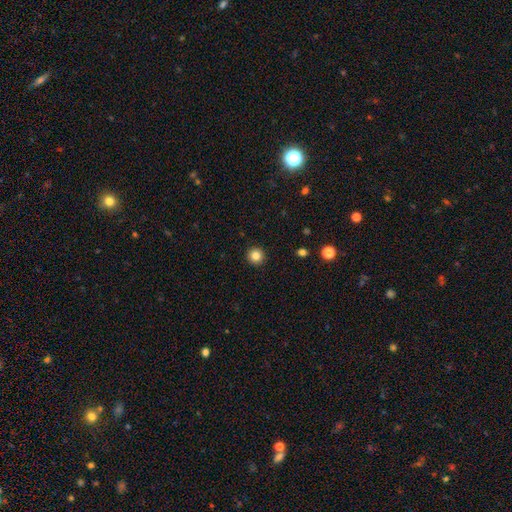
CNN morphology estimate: smooth_or_featured: smooth (p=0.84) [alt: star or artifact p=0.11]
how_rounded: round (p=0.95) [alt: in between p=0.04]
merging: none (p=0.93) [alt: minor disturbance p=0.04]